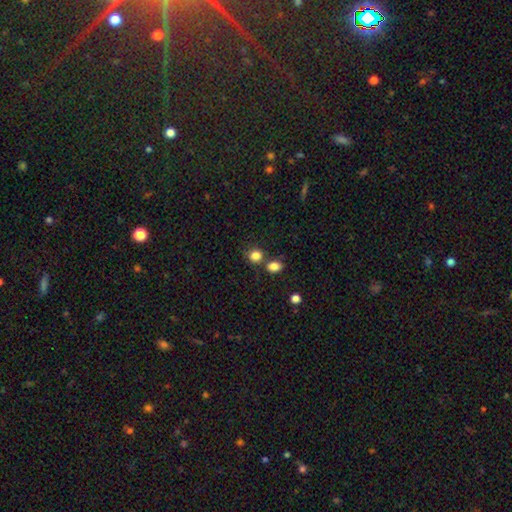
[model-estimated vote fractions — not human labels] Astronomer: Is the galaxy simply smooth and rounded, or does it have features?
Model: smooth — 83%.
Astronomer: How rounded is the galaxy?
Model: round — 74%.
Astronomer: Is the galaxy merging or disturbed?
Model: none — 64%.